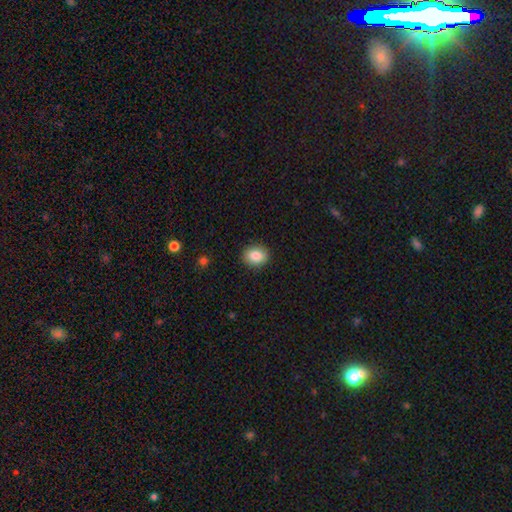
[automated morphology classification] A smooth galaxy with no disk features (86%) that is round (57%).

Vote fractions:
- Smooth or featured? smooth: 86% / star or artifact: 8% / featured or disk: 6%
- How rounded? round: 57% / in between: 42% / cigar-shaped: 1%
- Merging? none: 90% / minor disturbance: 7% / major disturbance: 2% / merger: 1%